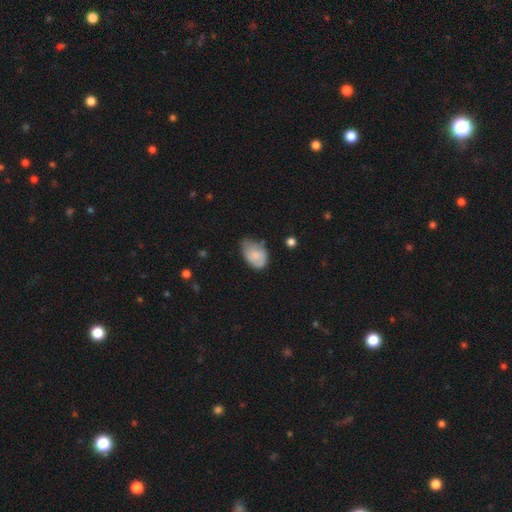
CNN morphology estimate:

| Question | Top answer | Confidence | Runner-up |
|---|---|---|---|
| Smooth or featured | smooth | 79% | featured or disk (13%) |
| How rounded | in between | 85% | round (14%) |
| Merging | minor disturbance | 46% | none (39%) |